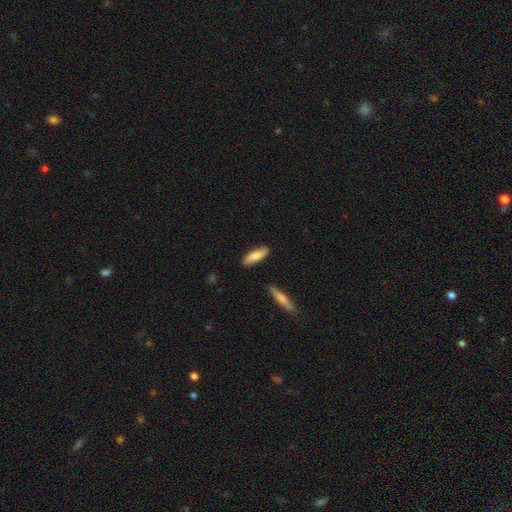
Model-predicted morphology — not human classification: A smooth galaxy with no disk features (80%) that is cigar-shaped (53%).

Vote fractions:
- Smooth or featured? smooth: 80% / featured or disk: 14% / star or artifact: 6%
- How rounded? cigar-shaped: 53% / in between: 45% / round: 2%
- Merging? none: 86% / minor disturbance: 10% / merger: 2% / major disturbance: 2%